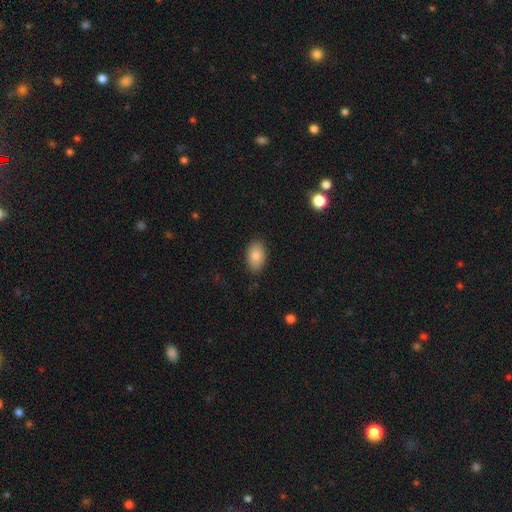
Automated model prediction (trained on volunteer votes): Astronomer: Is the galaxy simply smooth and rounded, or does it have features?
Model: smooth — 84%.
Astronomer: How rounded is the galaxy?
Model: in between — 90%.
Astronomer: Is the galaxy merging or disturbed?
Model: none — 87%.